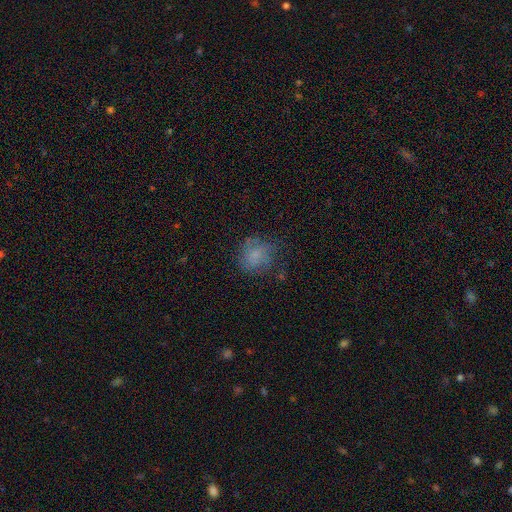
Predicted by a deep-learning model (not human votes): Smooth or featured? Predicted: smooth (p=0.67). How rounded? Predicted: round (p=0.73). Merging? Predicted: none (p=0.63).